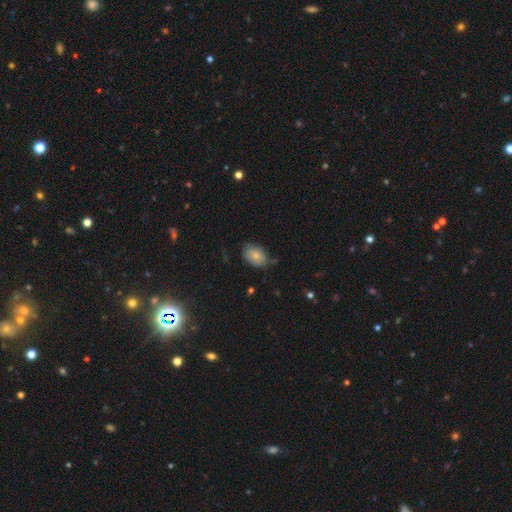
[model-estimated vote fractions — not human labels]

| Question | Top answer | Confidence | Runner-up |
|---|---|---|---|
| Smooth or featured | smooth | 79% | featured or disk (13%) |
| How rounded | in between | 81% | round (17%) |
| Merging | none | 63% | minor disturbance (29%) |